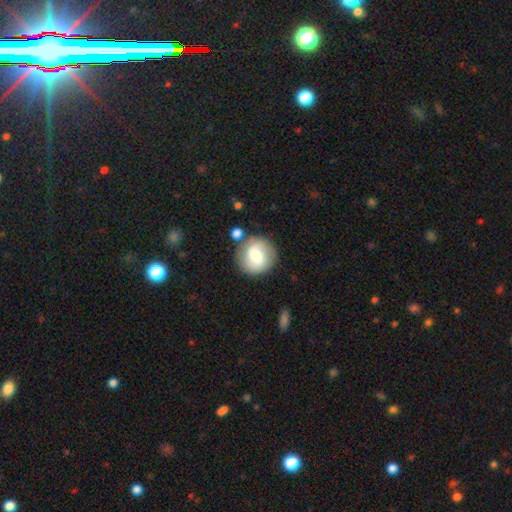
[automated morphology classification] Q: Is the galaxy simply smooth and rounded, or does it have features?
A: smooth — 50%.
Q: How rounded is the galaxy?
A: round — 91%.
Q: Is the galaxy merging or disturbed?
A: none — 76%.